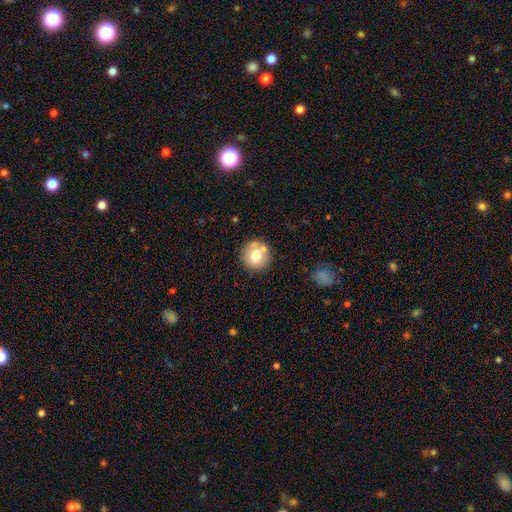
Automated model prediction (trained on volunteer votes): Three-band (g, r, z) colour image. It shows a smooth galaxy with no disk features (70%) that is round (91%). Merging: none (73%).